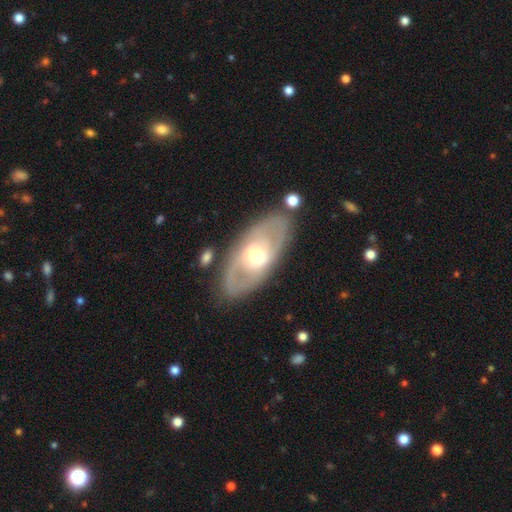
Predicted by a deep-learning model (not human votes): Smooth or featured? Predicted: featured or disk (p=0.71). Edge-on disk? Predicted: no (p=0.89). Bar? Predicted: no (p=0.52). Spiral arms? Predicted: yes (p=0.67). Bulge size? Predicted: moderate (p=0.62). Merging? Predicted: none (p=0.81).